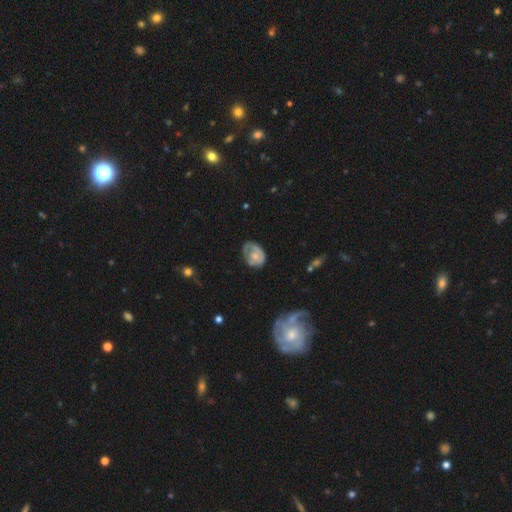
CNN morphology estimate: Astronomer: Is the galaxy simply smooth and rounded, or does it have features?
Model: smooth — 46%, tied with featured or disk at 46%.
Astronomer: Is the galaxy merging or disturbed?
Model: none — 44% (runner-up: minor disturbance, 34%).